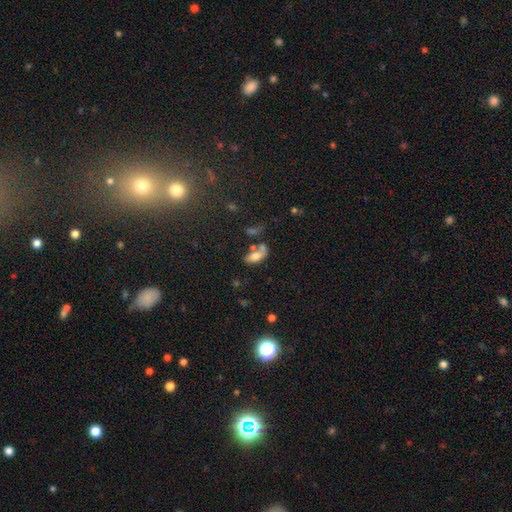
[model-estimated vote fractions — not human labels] Smooth or featured: smooth — 68% (featured or disk — 21%)
How rounded: in between — 88% (cigar-shaped — 7%)
Merging: merger — 40% (none — 30%)